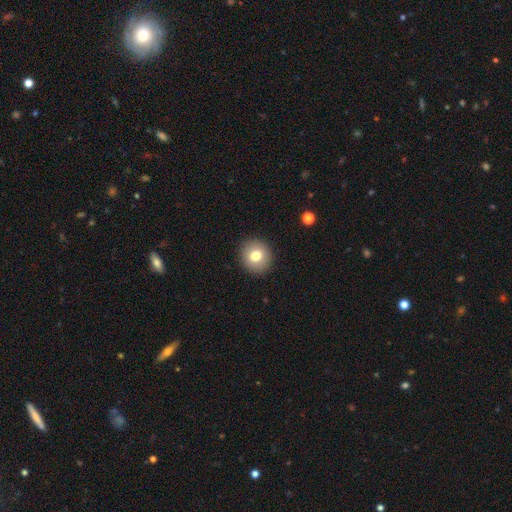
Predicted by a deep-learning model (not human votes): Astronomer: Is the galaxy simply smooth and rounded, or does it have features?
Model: smooth — 77%.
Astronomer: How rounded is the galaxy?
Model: round — 91%.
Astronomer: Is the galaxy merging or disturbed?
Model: none — 92%.